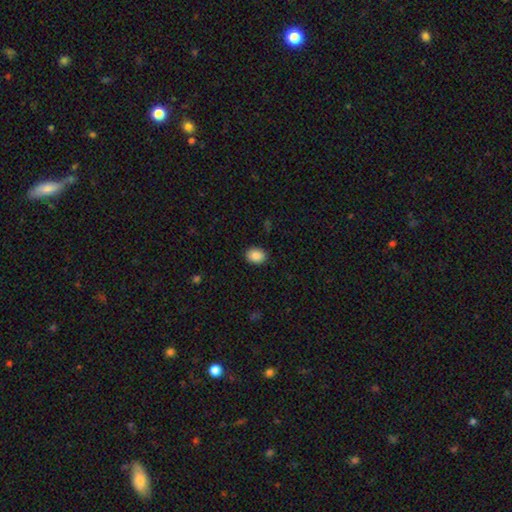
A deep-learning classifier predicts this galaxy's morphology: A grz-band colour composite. It shows a smooth galaxy with no disk features (87%) that is in between round and cigar-shaped (57%). Merging: none (90%).